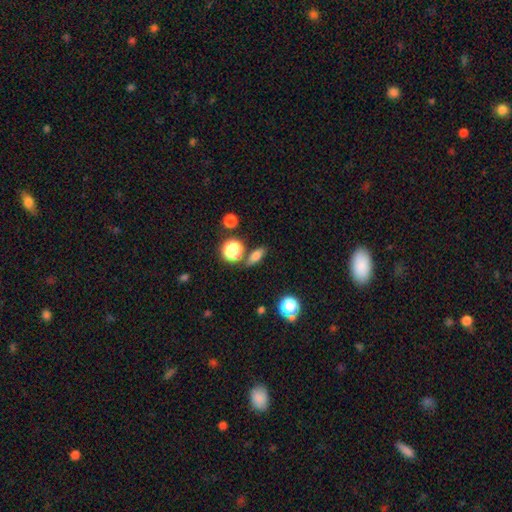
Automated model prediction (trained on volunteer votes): A smooth galaxy with no disk features (73%) that is in between round and cigar-shaped (59%). Merging: none (79%).